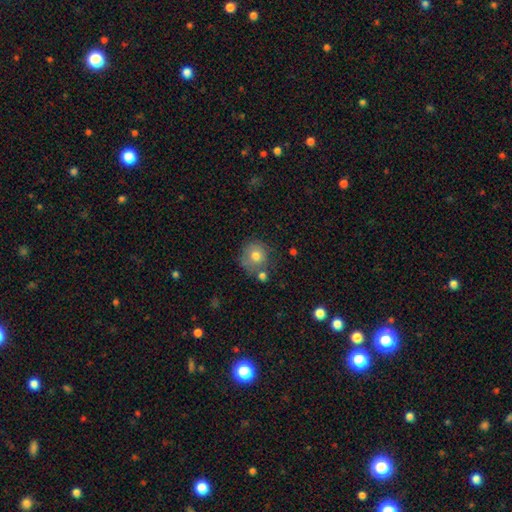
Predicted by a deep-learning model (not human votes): This appears to be a smooth galaxy with no disk features (75%) that is round (87%). Merging: none (61%).